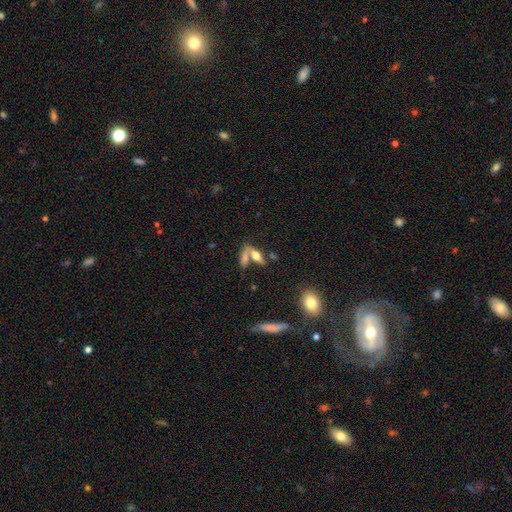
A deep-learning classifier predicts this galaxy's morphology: Smooth or featured?
  - smooth: 53% *
  - featured or disk: 37%
  - star or artifact: 10%
How rounded?
  - in between: 54% *
  - cigar-shaped: 41%
  - round: 5%
Merging?
  - none: 41% *
  - merger: 40%
  - minor disturbance: 11%
  - major disturbance: 7%